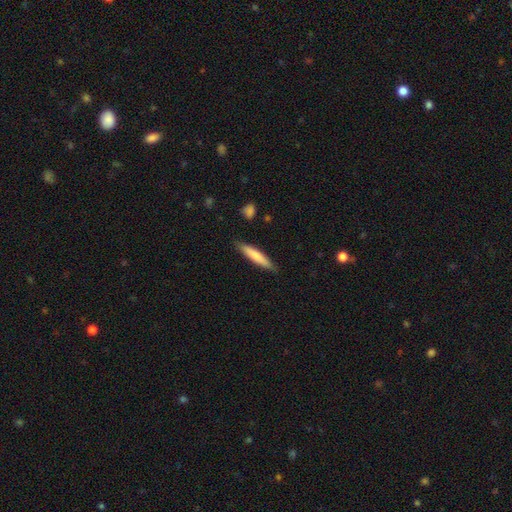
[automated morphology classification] Q: Smooth or featured?
A: smooth (74%); runner-up: featured or disk (20%)
Q: How rounded?
A: cigar-shaped (89%); runner-up: in between (10%)
Q: Merging?
A: none (86%); runner-up: minor disturbance (10%)